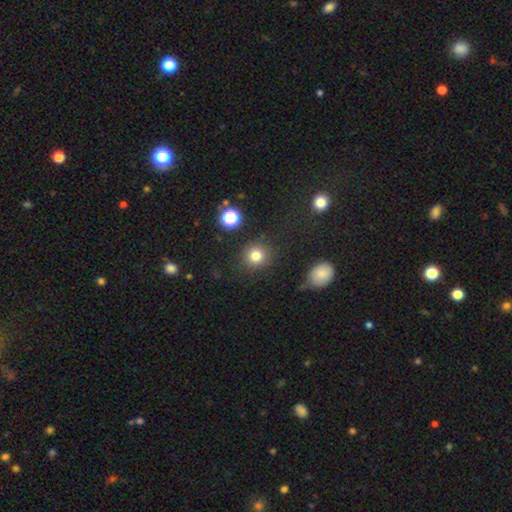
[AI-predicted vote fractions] The model was most divided on "smooth or featured": smooth: 80%, star or artifact: 13%, featured or disk: 6%. More confident: how rounded — round (91%); merging — none (87%).